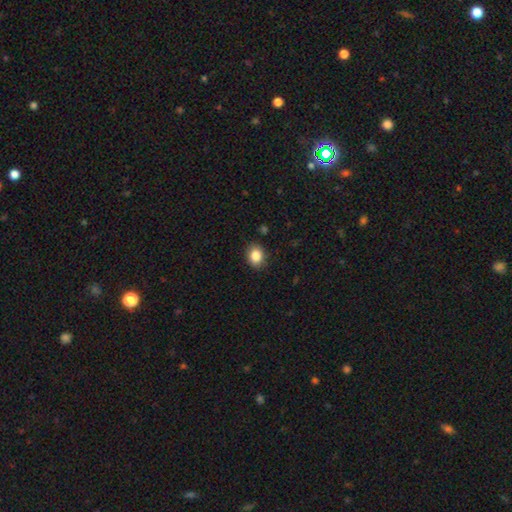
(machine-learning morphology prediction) smooth_or_featured: smooth (p=0.86) [alt: star or artifact p=0.09]
how_rounded: in between (p=0.55) [alt: round p=0.44]
merging: none (p=0.86) [alt: minor disturbance p=0.10]